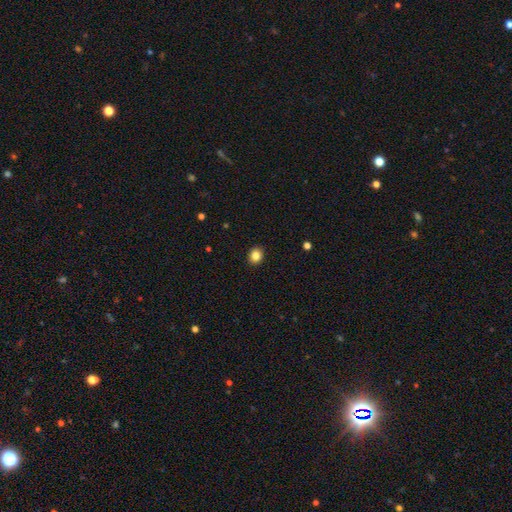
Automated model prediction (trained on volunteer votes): A smooth galaxy with no disk features (84%) that is round (69%). Merging: none (92%).